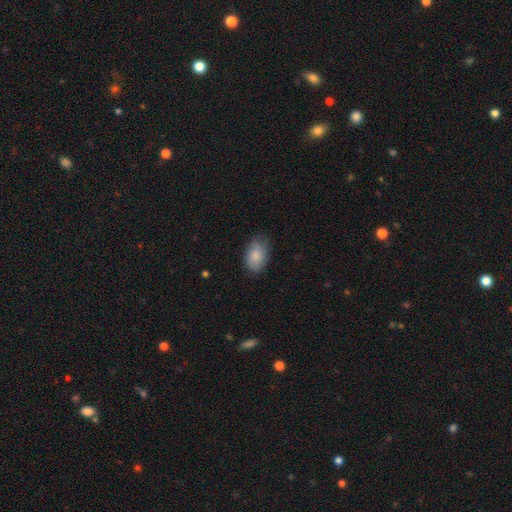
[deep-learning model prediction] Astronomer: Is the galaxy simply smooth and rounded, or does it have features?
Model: smooth — 84%.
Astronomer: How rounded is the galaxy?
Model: in between — 91%.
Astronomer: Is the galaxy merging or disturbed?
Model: none — 77%.